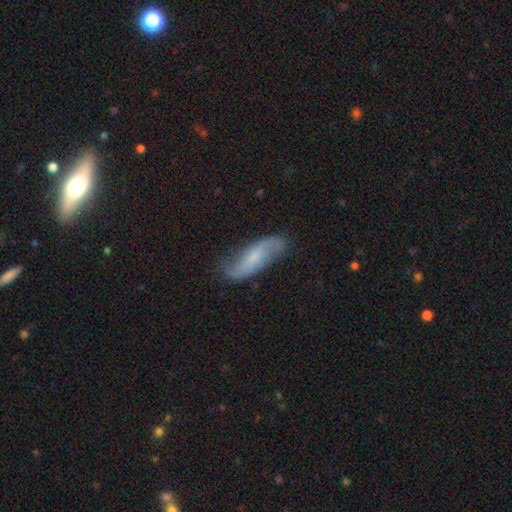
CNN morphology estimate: This is likely a featured or disk galaxy (63%). It is clearly not viewed edge-on (86%). Bar: marginally weak (41%, tied with no). Spiral arm pattern: clearly yes (91%). Central bulge: marginally small (41%). Merging: likely none (71%).